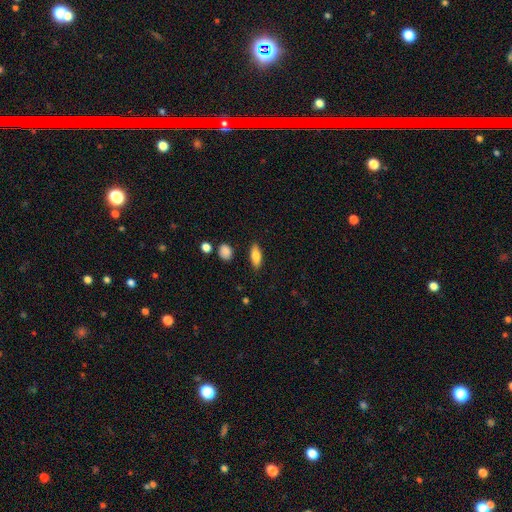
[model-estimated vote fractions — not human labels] A smooth galaxy with no disk features (78%) that is in between round and cigar-shaped (72%).

Vote fractions:
- Smooth or featured? smooth: 78% / featured or disk: 14% / star or artifact: 7%
- How rounded? in between: 72% / cigar-shaped: 24% / round: 3%
- Merging? none: 87% / minor disturbance: 9% / major disturbance: 2% / merger: 2%